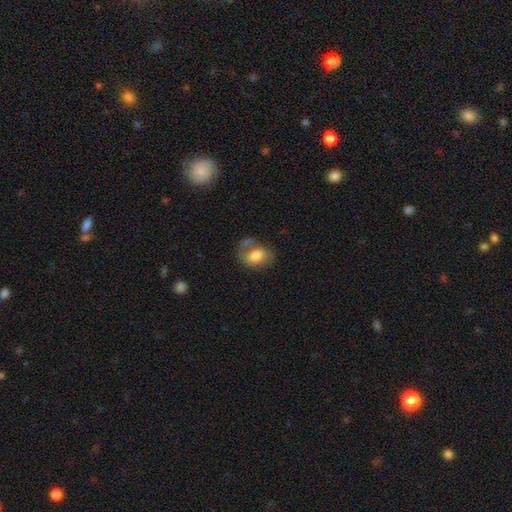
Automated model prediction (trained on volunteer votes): Smooth or featured: smooth — 67% (featured or disk — 25%)
How rounded: in between — 69% (round — 29%)
Merging: none — 44% (minor disturbance — 22%)